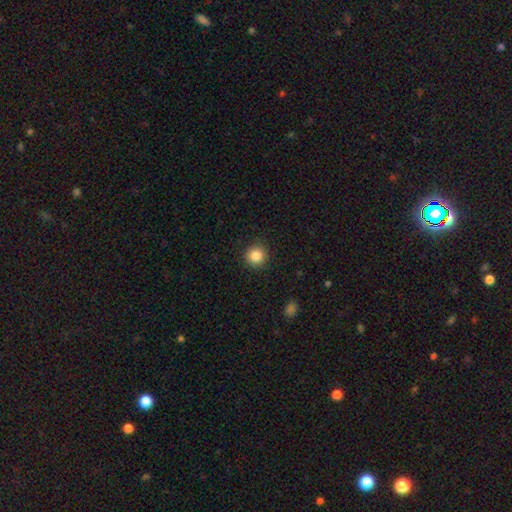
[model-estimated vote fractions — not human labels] A smooth galaxy with no disk features (85%) that is round (94%).

Vote fractions:
- Smooth or featured? smooth: 85% / star or artifact: 10% / featured or disk: 5%
- How rounded? round: 94% / in between: 5% / cigar-shaped: 1%
- Merging? none: 91% / minor disturbance: 6% / major disturbance: 2% / merger: 1%